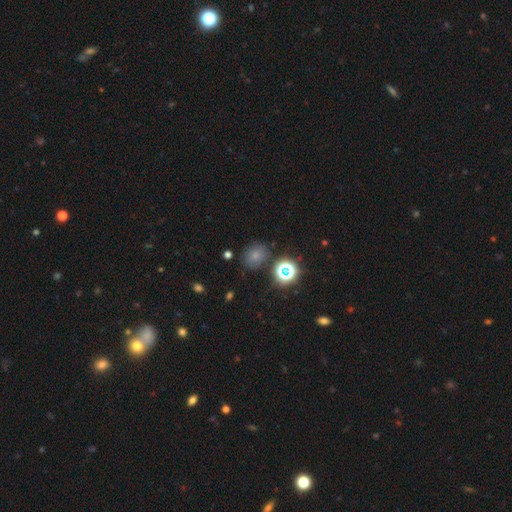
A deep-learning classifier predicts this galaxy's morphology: smooth_or_featured: smooth (p=0.68) [alt: star or artifact p=0.23]
how_rounded: round (p=0.56) [alt: in between p=0.43]
merging: none (p=0.76) [alt: minor disturbance p=0.14]